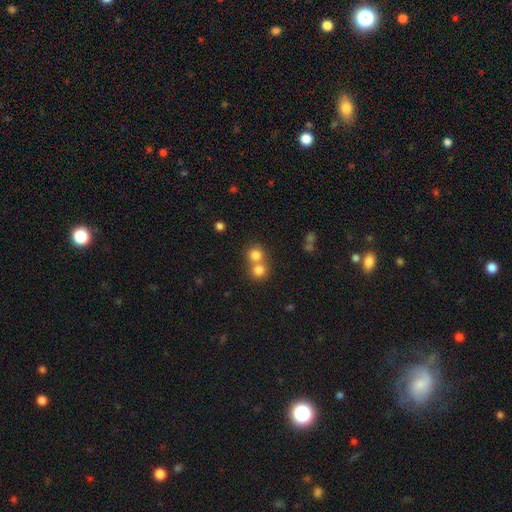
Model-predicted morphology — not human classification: Overall: smooth (77%). How rounded: round (88%). Merging: merger (50%; none 43%).